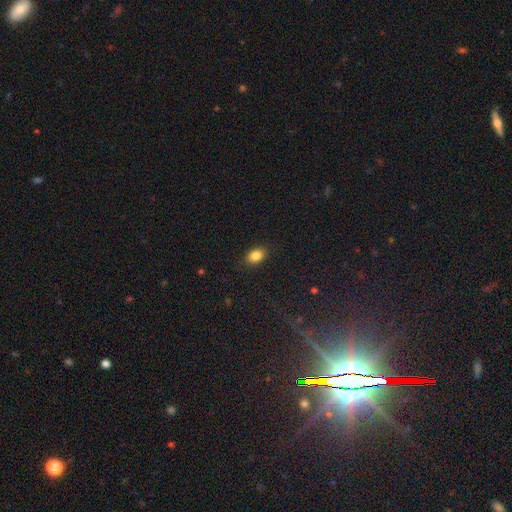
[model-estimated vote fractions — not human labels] smooth-or-featured: smooth: 85% | star or artifact: 9% | featured or disk: 6%
  how-rounded: in between: 82% | round: 17% | cigar-shaped: 1%
  merging: none: 87% | minor disturbance: 9% | major disturbance: 2% | merger: 1%